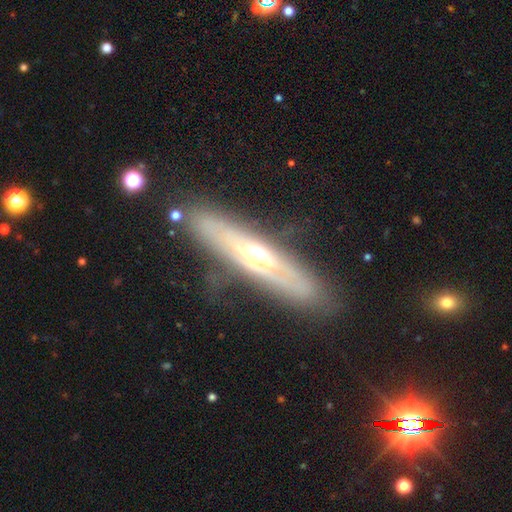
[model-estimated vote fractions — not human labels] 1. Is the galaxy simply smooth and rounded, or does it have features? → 72% featured or disk, 21% smooth, 7% star or artifact.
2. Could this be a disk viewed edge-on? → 70% yes, 30% no.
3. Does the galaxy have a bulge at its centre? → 84% rounded, 12% none, 4% boxy.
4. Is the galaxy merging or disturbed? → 79% none, 14% minor disturbance, 5% major disturbance, 2% merger.